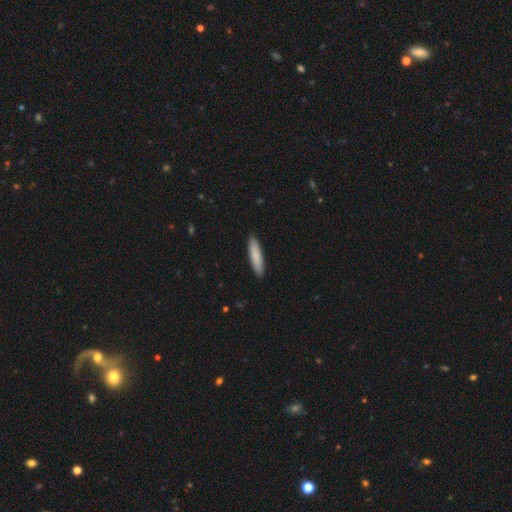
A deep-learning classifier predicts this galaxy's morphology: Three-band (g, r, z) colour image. It shows a smooth galaxy with no disk features (83%) that is cigar-shaped (80%). Merging: none (91%).